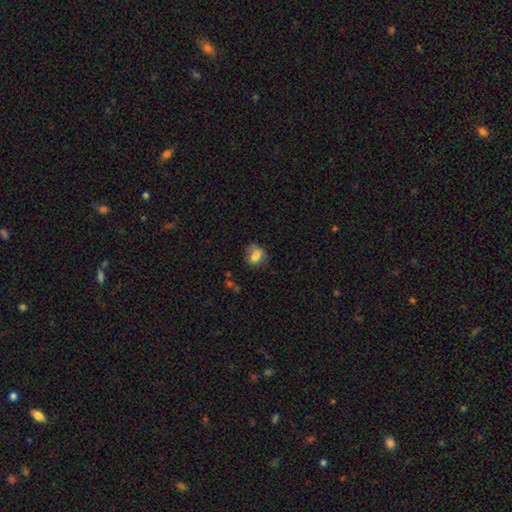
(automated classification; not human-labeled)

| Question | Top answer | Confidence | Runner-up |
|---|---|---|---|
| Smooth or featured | smooth | 76% | featured or disk (15%) |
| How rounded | in between | 59% | round (39%) |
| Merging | none | 68% | minor disturbance (23%) |